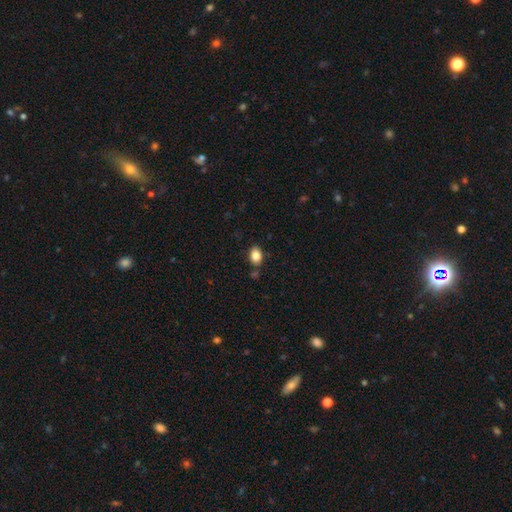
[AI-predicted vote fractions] This appears to be a smooth galaxy with no disk features (84%) that is in between round and cigar-shaped (77%). Merging: none (80%).